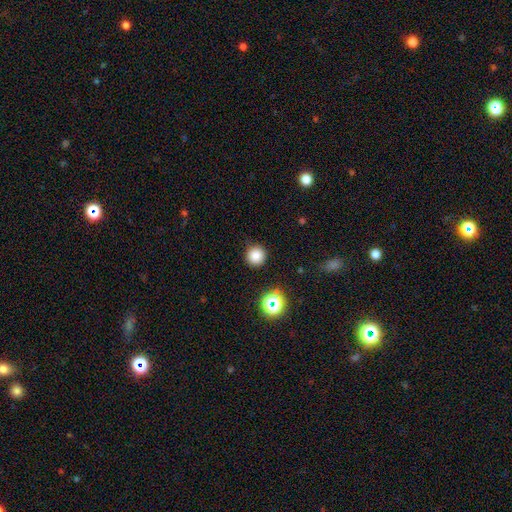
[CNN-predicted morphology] smooth 81%, star or artifact 15%, featured or disk 4%. Down the decision tree: how rounded — round (95%); merging — none (90%).